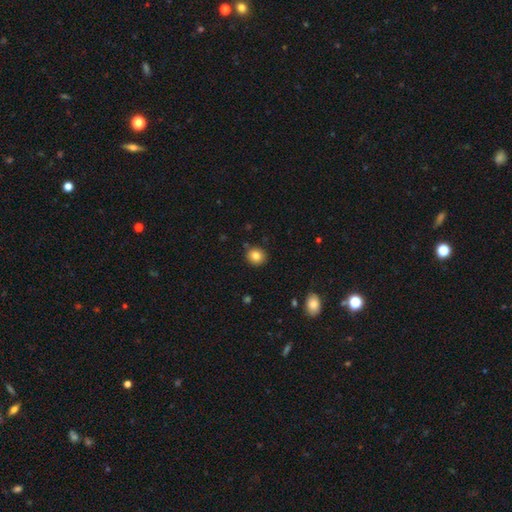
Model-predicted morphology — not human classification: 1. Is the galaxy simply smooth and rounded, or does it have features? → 83% smooth, 11% star or artifact, 7% featured or disk.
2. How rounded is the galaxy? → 84% round, 15% in between, 1% cigar-shaped.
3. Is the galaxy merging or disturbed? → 88% none, 8% minor disturbance, 2% merger, 2% major disturbance.